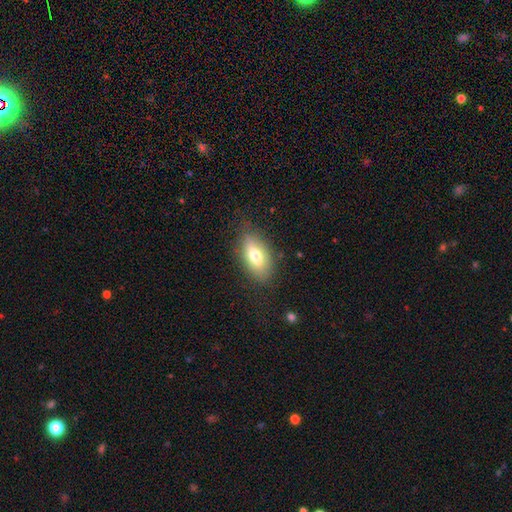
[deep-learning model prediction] smooth 70%, featured or disk 22%, star or artifact 8%. Down the decision tree: how rounded — in between (86%); merging — none (78%).